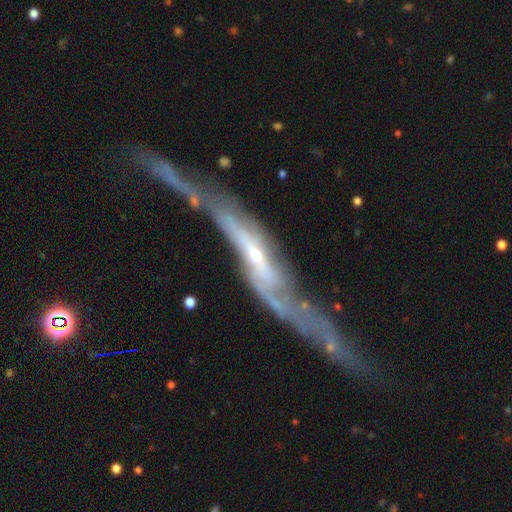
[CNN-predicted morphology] The model was most divided on "edge-on disk": yes: 55%, no: 45%. Remaining: smooth or featured — featured or disk (81%); merging — none (49%).